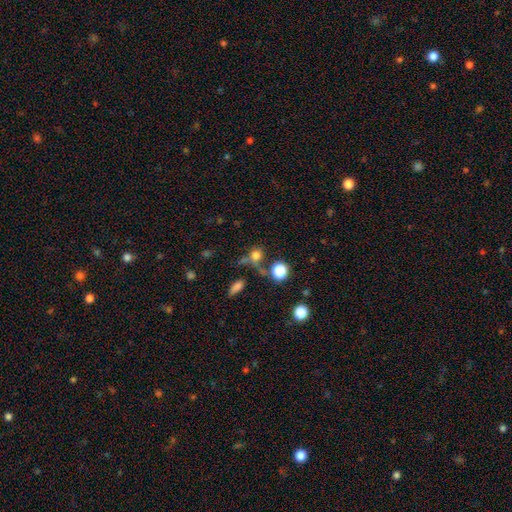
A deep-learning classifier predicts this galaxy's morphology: Smooth or featured?
  - smooth: 74% *
  - star or artifact: 17%
  - featured or disk: 9%
How rounded?
  - round: 81% *
  - in between: 18%
  - cigar-shaped: 2%
Merging?
  - none: 51% *
  - merger: 26%
  - minor disturbance: 13%
  - major disturbance: 10%